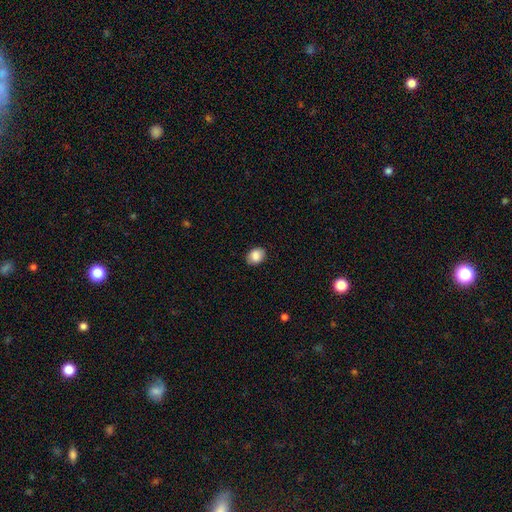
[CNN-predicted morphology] Q: Smooth or featured?
A: smooth (86%); runner-up: star or artifact (8%)
Q: How rounded?
A: in between (60%); runner-up: round (39%)
Q: Merging?
A: none (84%); runner-up: minor disturbance (12%)